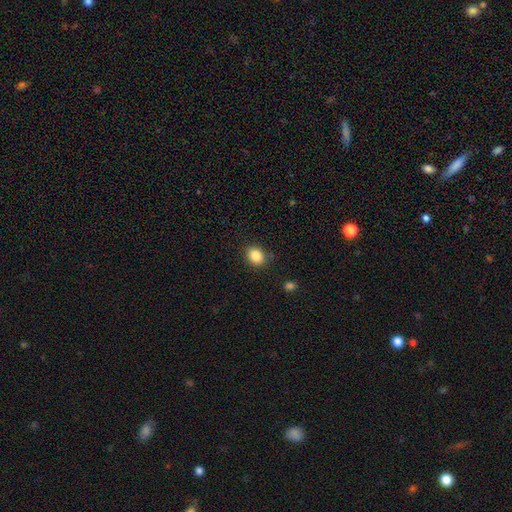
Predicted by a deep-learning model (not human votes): A smooth galaxy with no disk features (86%) that is round (52%).

Vote fractions:
- Smooth or featured? smooth: 86% / star or artifact: 10% / featured or disk: 4%
- How rounded? round: 52% / in between: 47% / cigar-shaped: 1%
- Merging? none: 84% / minor disturbance: 11% / major disturbance: 3% / merger: 2%